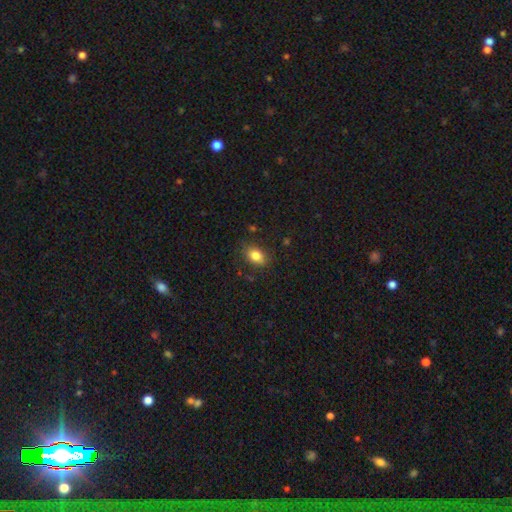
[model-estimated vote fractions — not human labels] Morphology: type=smooth (84%); roundness=in between (80%); merging=none (80%).